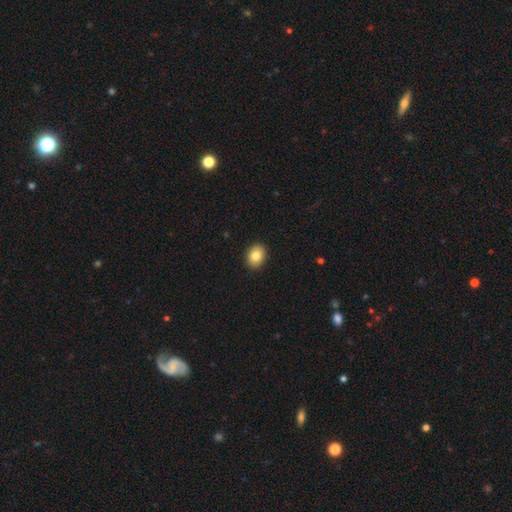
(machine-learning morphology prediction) This appears to be a smooth galaxy with no disk features (84%) that is in between round and cigar-shaped (60%). Merging: none (92%).